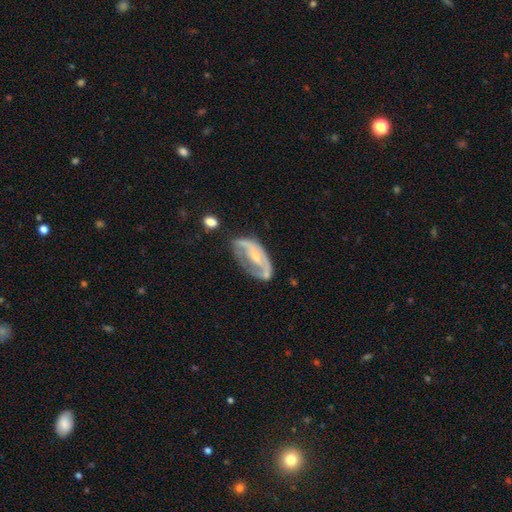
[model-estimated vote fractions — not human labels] A featured or disk galaxy (70%) with no bar (53%), spiral arms (61%) and a small central bulge (50%). Merging: none (43%).